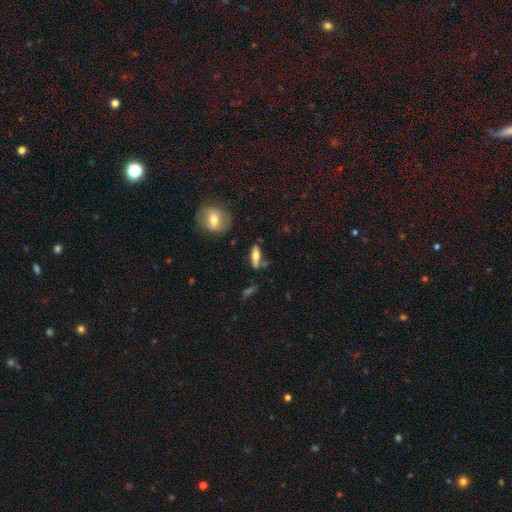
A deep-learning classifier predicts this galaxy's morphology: A smooth galaxy with no disk features (60%) that is in between round and cigar-shaped (53%).

Vote fractions:
- Smooth or featured? smooth: 60% / featured or disk: 32% / star or artifact: 9%
- How rounded? in between: 53% / cigar-shaped: 43% / round: 4%
- Merging? none: 61% / minor disturbance: 21% / merger: 9% / major disturbance: 9%